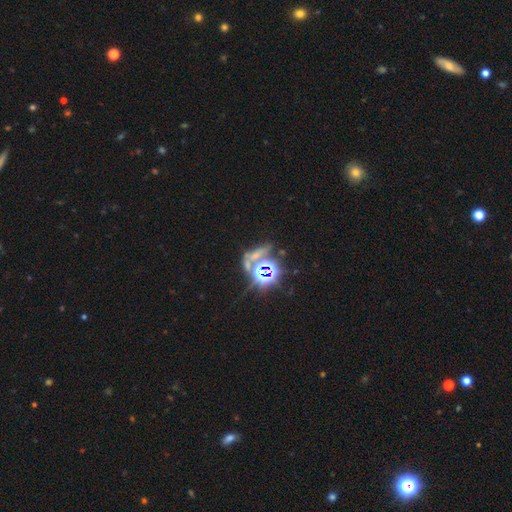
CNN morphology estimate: type=star or artifact (62%).